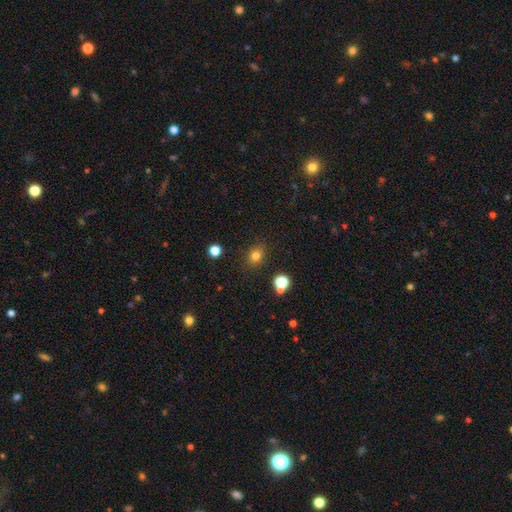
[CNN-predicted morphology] Smooth or featured? smooth (78%)
How rounded? round (58%)
Merging? none (85%)